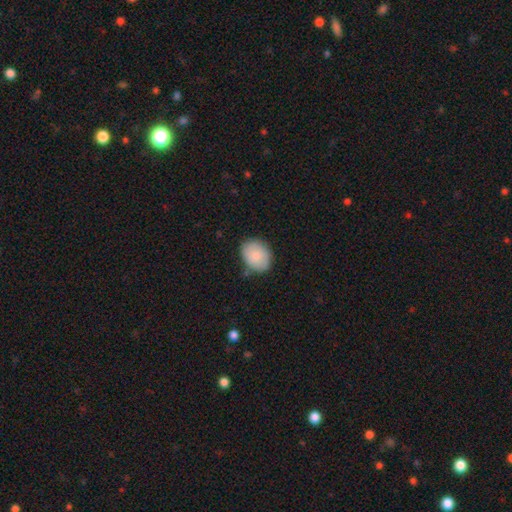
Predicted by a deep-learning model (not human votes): This is clearly a smooth galaxy (82%). How rounded: possibly in between (55%). Merging: likely none (73%).